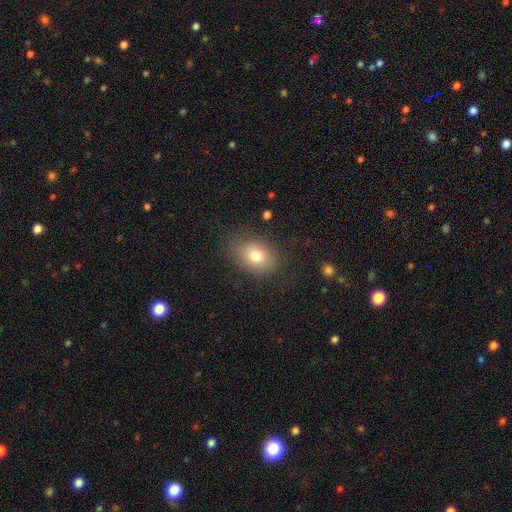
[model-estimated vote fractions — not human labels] This is likely a smooth galaxy (78%). How rounded: likely in between (74%). Merging: clearly none (81%).